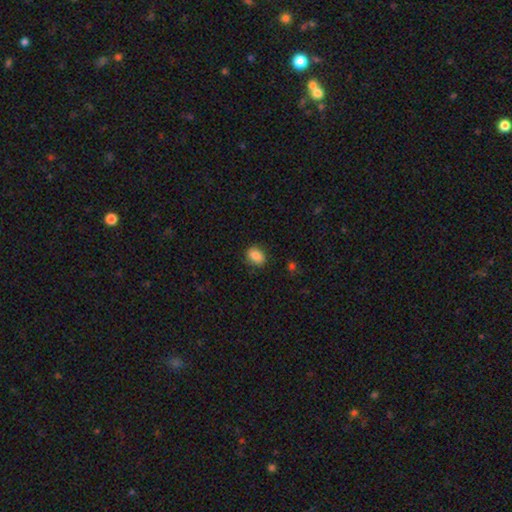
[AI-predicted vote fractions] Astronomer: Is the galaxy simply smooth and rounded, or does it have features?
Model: smooth — 85%.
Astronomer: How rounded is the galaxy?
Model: in between — 69%.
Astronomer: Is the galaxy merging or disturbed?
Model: none — 84%.